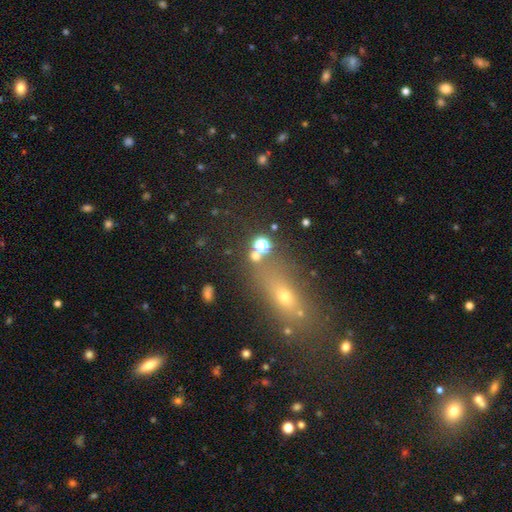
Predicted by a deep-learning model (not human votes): smooth 58%, star or artifact 32%, featured or disk 10%. Down the decision tree: how rounded — round (78%); merging — none (65%).